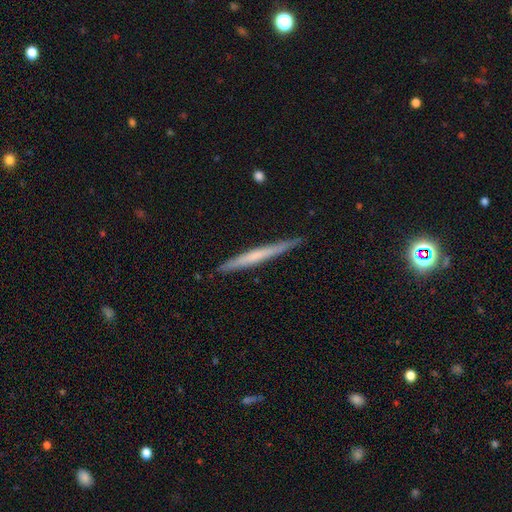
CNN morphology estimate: A featured or disk galaxy (48%). Merging: none (88%).